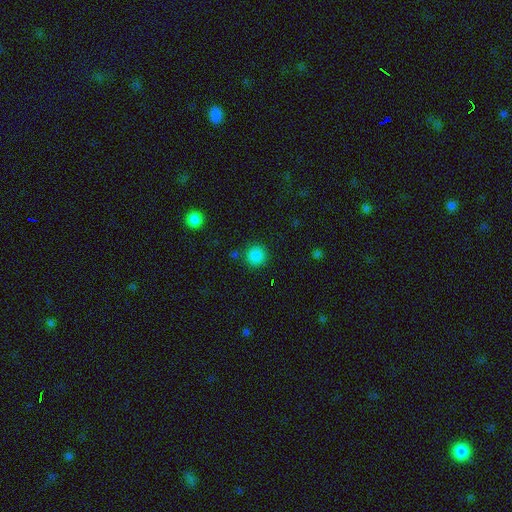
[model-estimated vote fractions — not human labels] smooth-or-featured: smooth: 86% | star or artifact: 11% | featured or disk: 3%
  how-rounded: round: 94% | in between: 5% | cigar-shaped: 1%
  merging: none: 88% | minor disturbance: 7% | merger: 3% | major disturbance: 3%